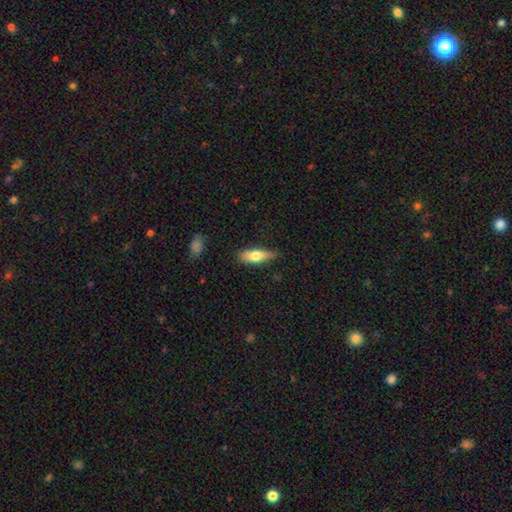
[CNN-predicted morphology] Q: Smooth or featured?
A: smooth (70%); runner-up: featured or disk (24%)
Q: How rounded?
A: in between (58%); runner-up: cigar-shaped (39%)
Q: Merging?
A: none (71%); runner-up: minor disturbance (23%)